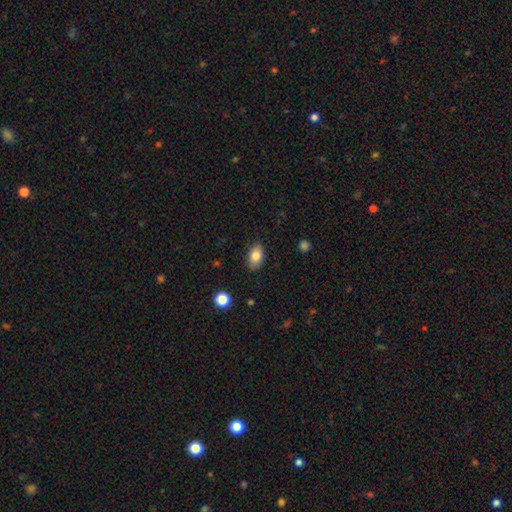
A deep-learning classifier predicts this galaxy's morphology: The model was most divided on "smooth or featured": smooth: 83%, featured or disk: 9%, star or artifact: 8%. More confident: how rounded — in between (89%); merging — none (85%).